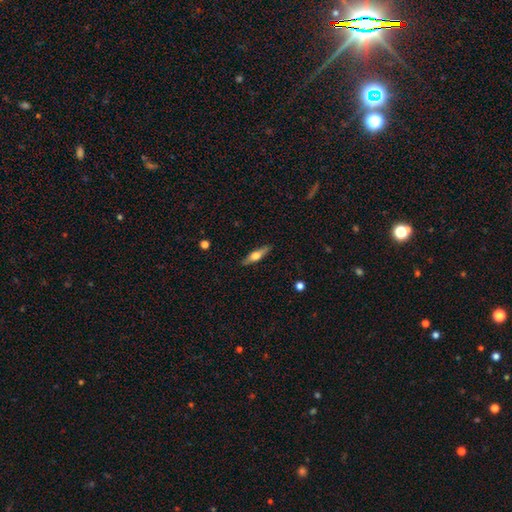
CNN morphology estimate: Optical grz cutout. It shows a featured or disk galaxy (54%) viewed edge-on (94%) with a rounded central bulge (92%). Merging: none (88%).